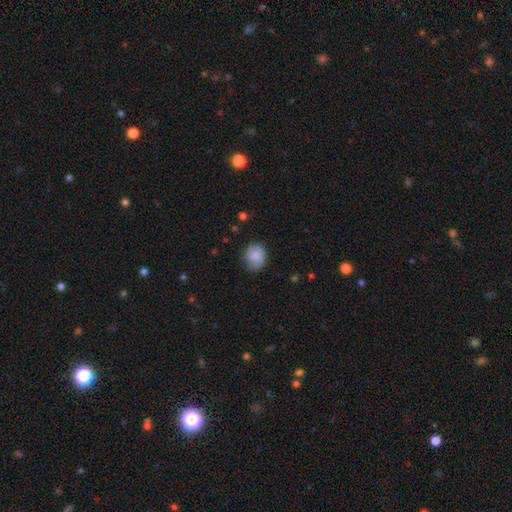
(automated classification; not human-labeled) Morphology: type=smooth (77%); roundness=round (68%); merging=none (63%).